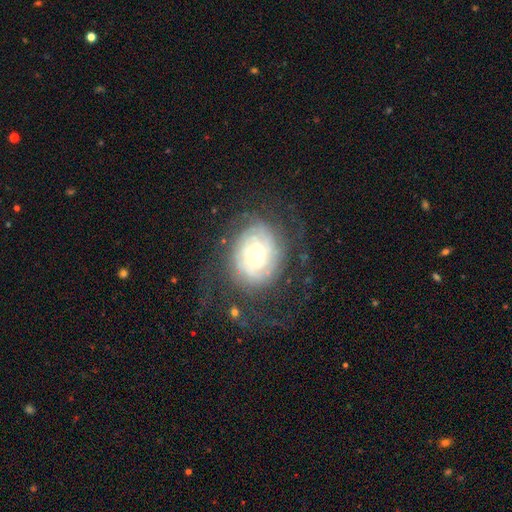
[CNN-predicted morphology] A featured or disk galaxy (74%) with no bar (77%), tight (69%) spiral arms (87%) and a moderate central bulge (58%).

Vote fractions:
- Smooth or featured? featured or disk: 74% / smooth: 18% / star or artifact: 8%
- Edge-on disk? no: 96% / yes: 4%
- Bar? no: 77% / weak: 18% / strong: 5%
- Spiral arms? yes: 87% / no: 13%
- Spiral winding? tight: 69% / medium: 21% / loose: 10%
- Spiral arm count? can't tell: 52% / 2: 16% / 3: 10% / 4: 9% / more than 4: 8% / 1: 5%
- Bulge size? moderate: 58% / small: 30% / large: 9% / dominant: 2% / none: 1%
- Merging? none: 66% / minor disturbance: 17% / major disturbance: 15% / merger: 1%